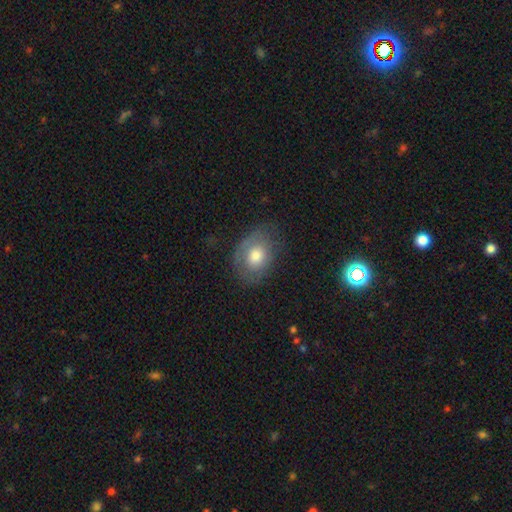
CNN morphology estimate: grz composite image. It shows a smooth galaxy with no disk features (64%) that is in between round and cigar-shaped (70%). Merging: none (67%).